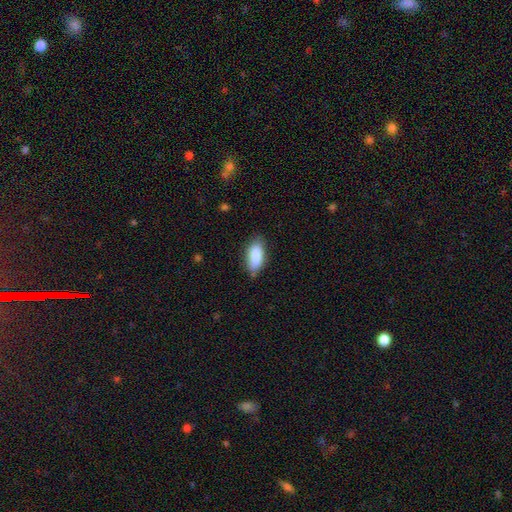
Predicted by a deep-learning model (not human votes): This is clearly a smooth galaxy (86%). How rounded: clearly in between (85%). Merging: likely none (78%).